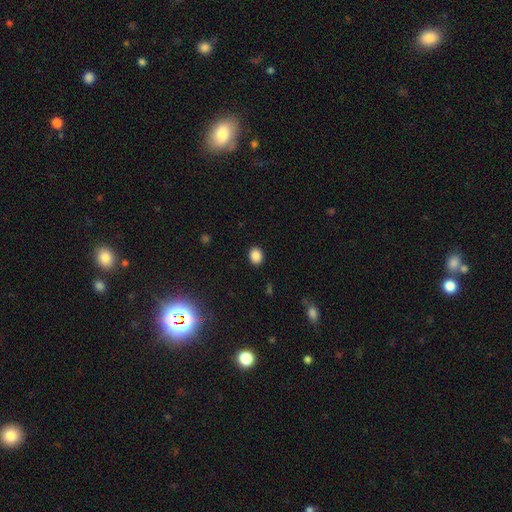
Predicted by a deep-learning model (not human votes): smooth 87%, star or artifact 9%, featured or disk 3%. Down the decision tree: how rounded — in between (55%); merging — none (90%).